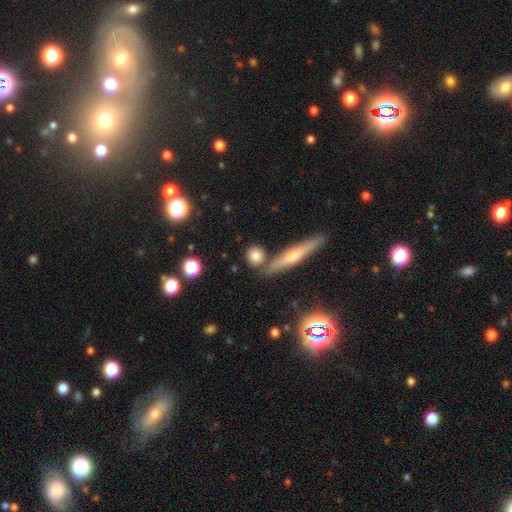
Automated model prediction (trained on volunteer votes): Smooth or featured? smooth (79%)
How rounded? round (75%)
Merging? none (74%)